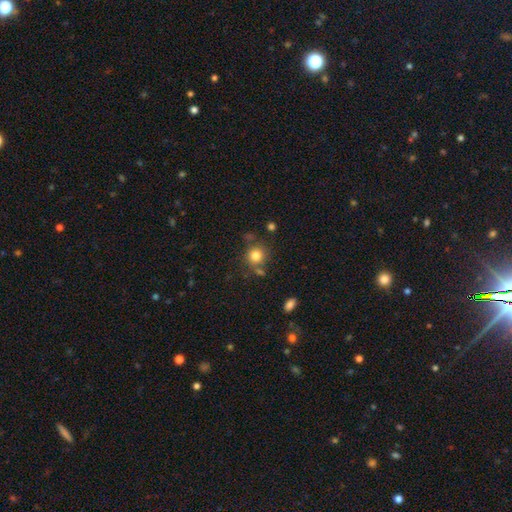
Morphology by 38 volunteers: A smooth galaxy with no disk features (82%) that is round (90%). Merging: none (74%).